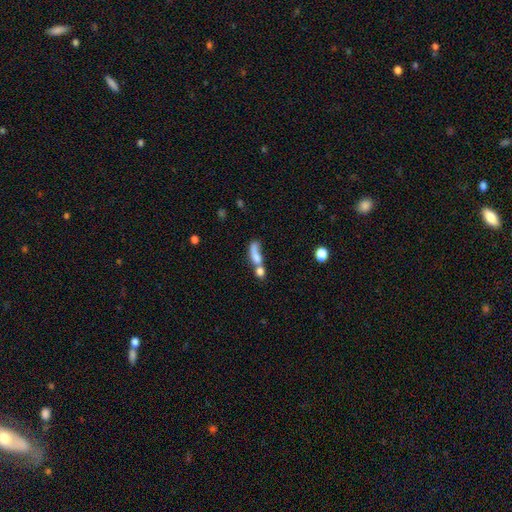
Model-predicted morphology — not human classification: Q: Smooth or featured?
A: smooth (64%); runner-up: featured or disk (25%)
Q: How rounded?
A: in between (51%); runner-up: cigar-shaped (34%)
Q: Merging?
A: merger (57%); runner-up: none (18%)